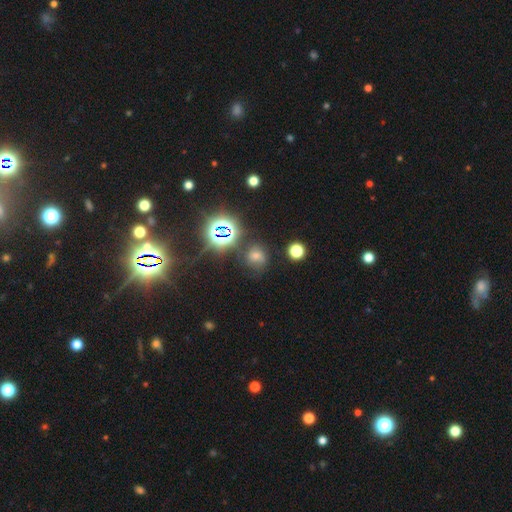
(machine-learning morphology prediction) Q: Smooth or featured?
A: star or artifact (46%); runner-up: smooth (38%)